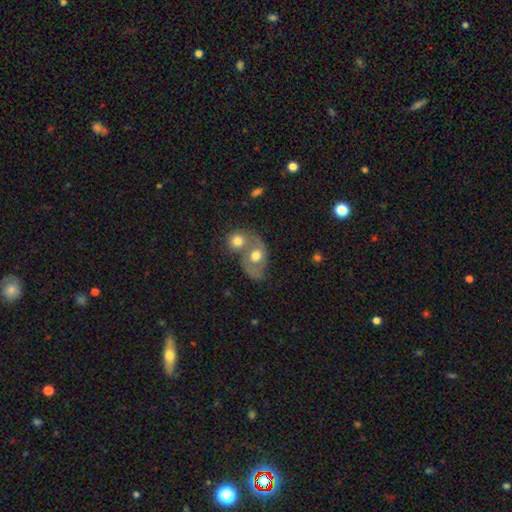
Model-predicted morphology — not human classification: This is possibly a smooth galaxy (50%). How rounded: likely in between (64%). Merging: possibly merger (59%).